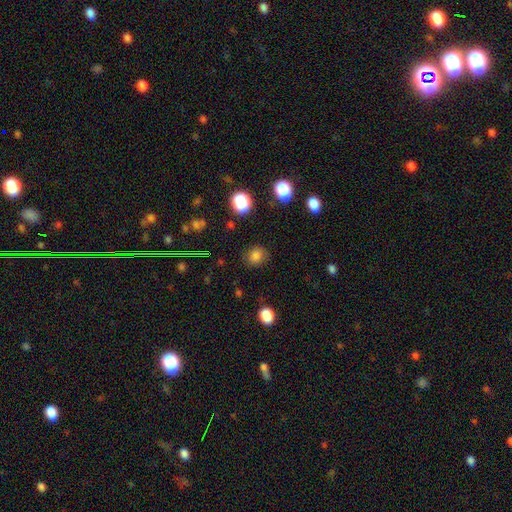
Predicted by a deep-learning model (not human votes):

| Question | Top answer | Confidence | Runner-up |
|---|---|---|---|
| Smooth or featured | smooth | 80% | star or artifact (15%) |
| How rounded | round | 76% | in between (23%) |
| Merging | none | 84% | minor disturbance (11%) |